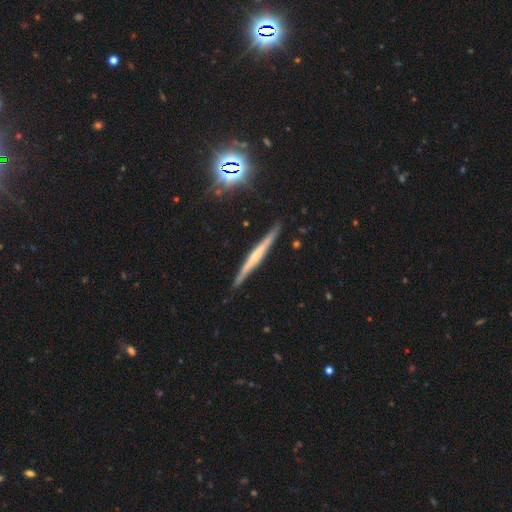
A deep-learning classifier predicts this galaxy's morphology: Smooth or featured: featured or disk — 62% (smooth — 29%)
Edge-on disk: yes — 97% (no — 3%)
Edge-on bulge: none — 54% (rounded — 33%)
Merging: none — 89% (minor disturbance — 8%)